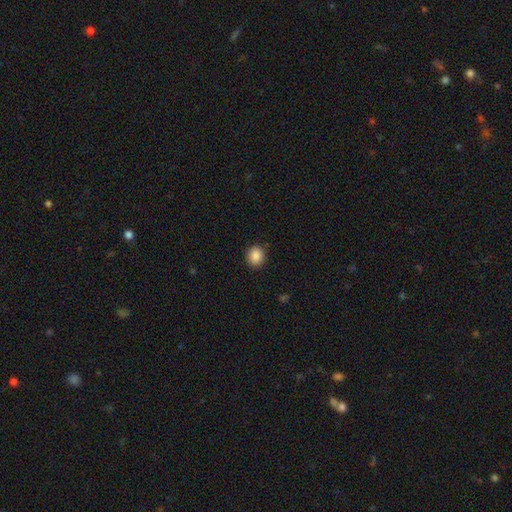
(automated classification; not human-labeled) This is clearly a smooth galaxy (87%). How rounded: clearly round (83%). Merging: clearly none (89%).